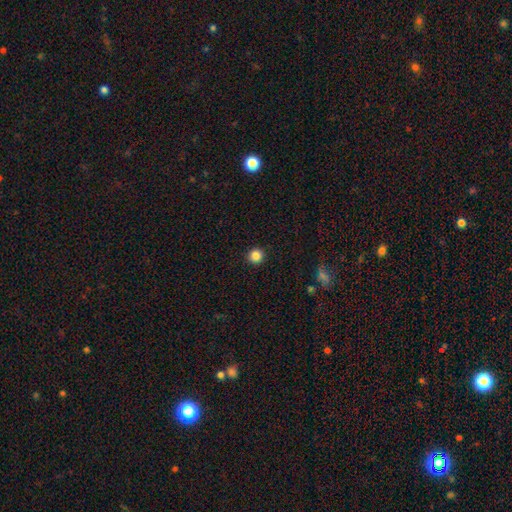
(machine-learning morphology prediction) A smooth galaxy with no disk features (85%) that is round (95%).

Vote fractions:
- Smooth or featured? smooth: 85% / star or artifact: 11% / featured or disk: 3%
- How rounded? round: 95% / in between: 4% / cigar-shaped: 1%
- Merging? none: 92% / minor disturbance: 5% / major disturbance: 2% / merger: 1%